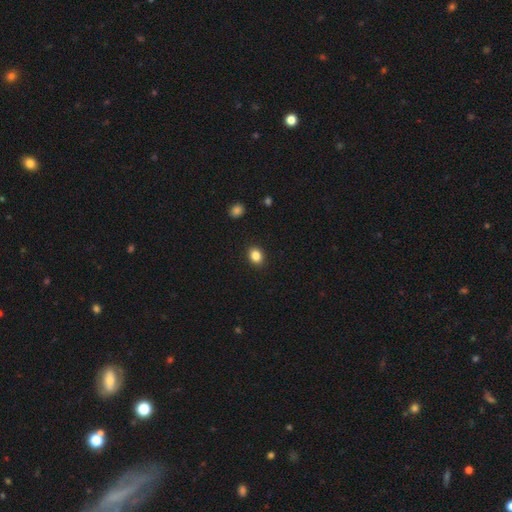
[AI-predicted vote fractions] Overall: smooth (85%). How rounded: in between (51%; round 48%). Merging: none (91%).